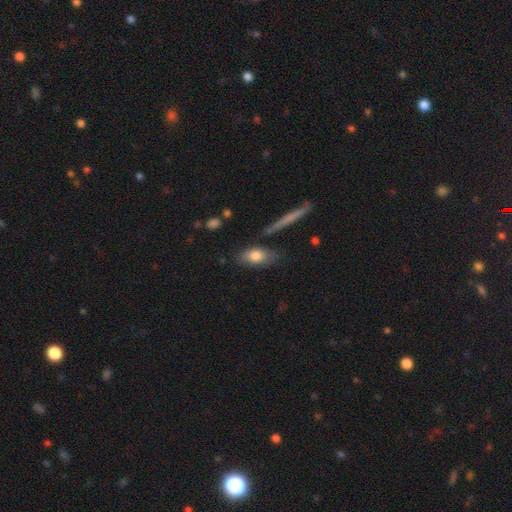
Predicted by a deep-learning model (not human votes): Morphology: type=smooth (76%); roundness=in between (83%); merging=none (74%).